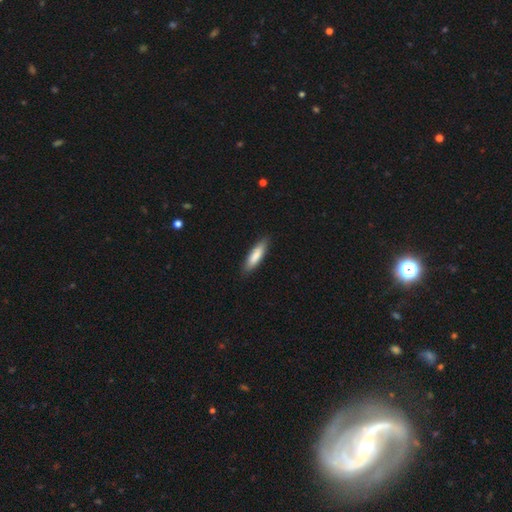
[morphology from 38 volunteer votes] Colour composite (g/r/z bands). It shows a smooth galaxy with no disk features (82%) that is cigar-shaped (65%). Merging: none (88%).